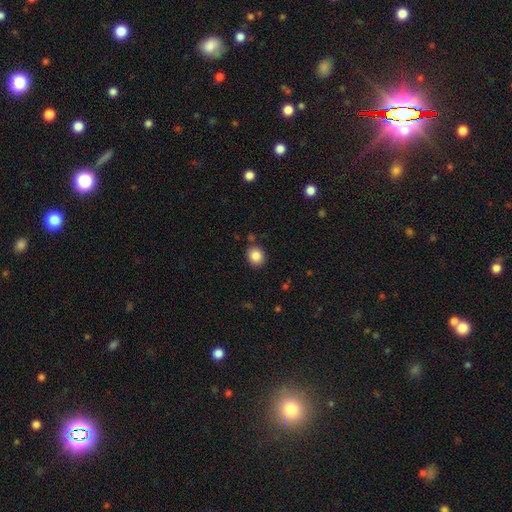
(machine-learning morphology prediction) Smooth or featured? smooth (86%)
How rounded? round (76%)
Merging? none (86%)